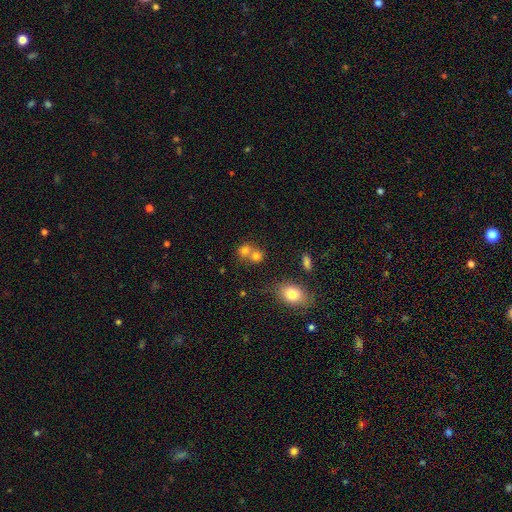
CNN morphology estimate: A smooth galaxy with no disk features (74%) that is round (75%).

Vote fractions:
- Smooth or featured? smooth: 74% / featured or disk: 13% / star or artifact: 13%
- How rounded? round: 75% / in between: 24% / cigar-shaped: 1%
- Merging? merger: 54% / none: 36% / minor disturbance: 7% / major disturbance: 3%